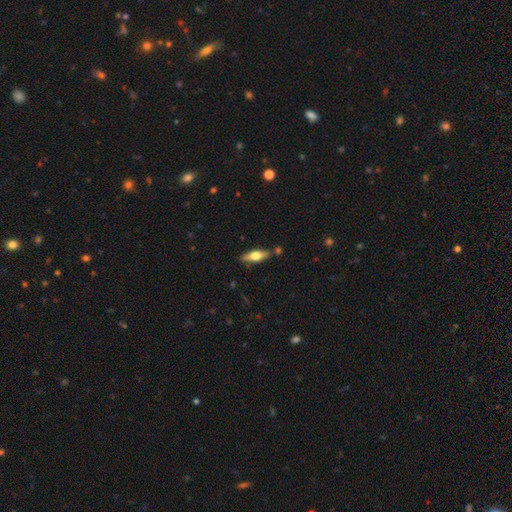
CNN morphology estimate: The model was most divided on "smooth or featured": smooth: 48%, featured or disk: 46%, star or artifact: 6%. More confident: merging — none (81%).